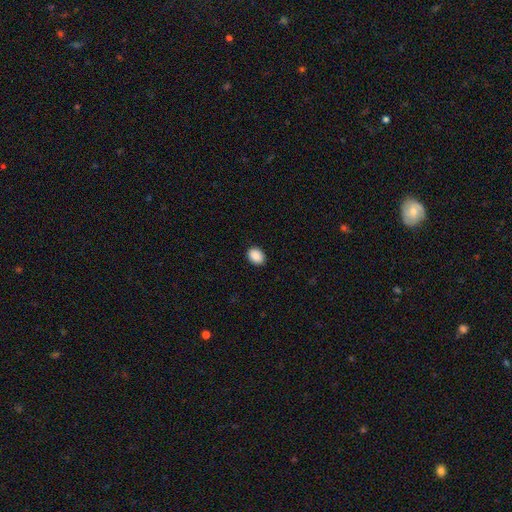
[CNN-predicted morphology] A smooth galaxy with no disk features (90%) that is in between round and cigar-shaped (66%).

Vote fractions:
- Smooth or featured? smooth: 90% / star or artifact: 8% / featured or disk: 3%
- How rounded? in between: 66% / round: 33% / cigar-shaped: 1%
- Merging? none: 90% / minor disturbance: 7% / major disturbance: 2% / merger: 1%